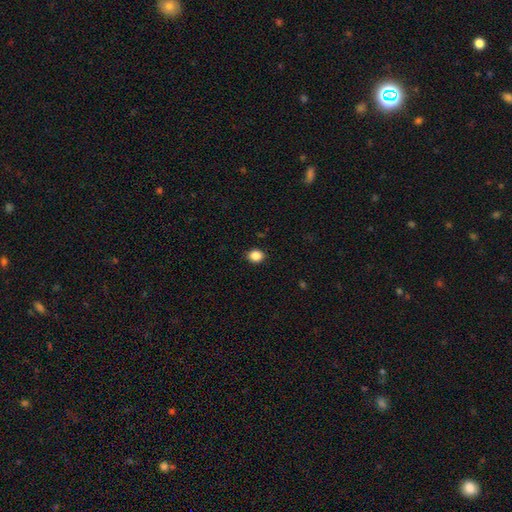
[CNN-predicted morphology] Smooth or featured? smooth (87%)
How rounded? round (63%)
Merging? none (89%)